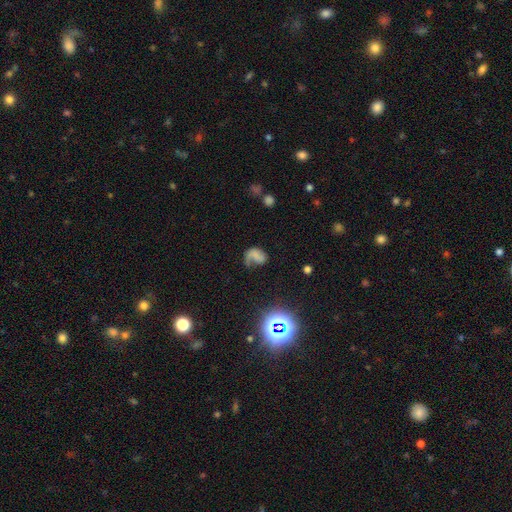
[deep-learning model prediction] A featured or disk galaxy (42%). Merging: major disturbance (42%).